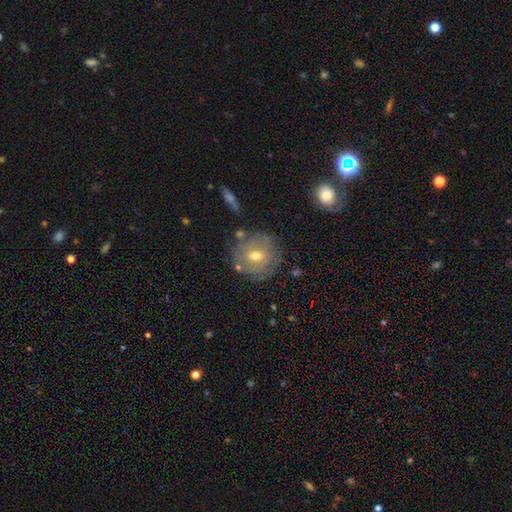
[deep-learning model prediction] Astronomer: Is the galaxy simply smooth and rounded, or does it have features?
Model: smooth — 46% (runner-up: featured or disk, 43%).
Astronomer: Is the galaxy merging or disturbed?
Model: none — 79%.